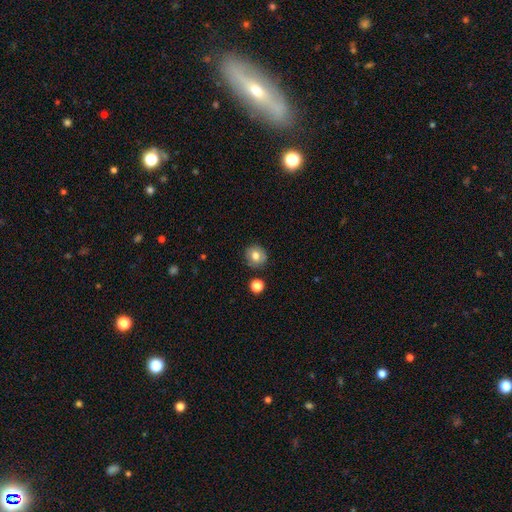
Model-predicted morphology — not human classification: Overall: smooth (76%). How rounded: round (90%). Merging: none (86%).